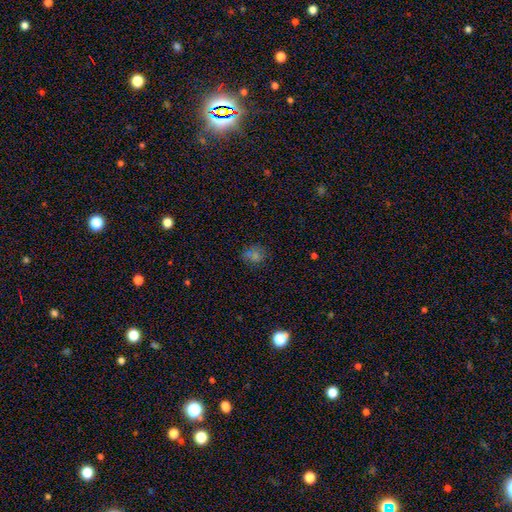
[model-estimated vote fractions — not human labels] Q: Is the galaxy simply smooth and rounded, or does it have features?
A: smooth — 54%.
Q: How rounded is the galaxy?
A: round — 68%.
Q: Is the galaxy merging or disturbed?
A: none — 71%.